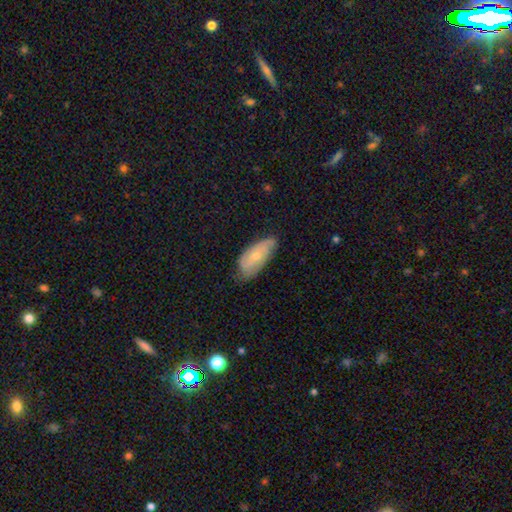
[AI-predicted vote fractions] Morphology: type=featured or disk (49%); merging=none (65%).